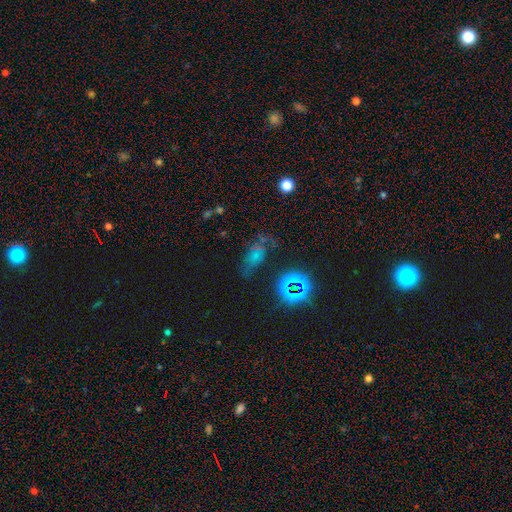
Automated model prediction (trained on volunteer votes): smooth-or-featured: smooth: 47% | star or artifact: 34% | featured or disk: 19%
  merging: none: 50% | minor disturbance: 25% | major disturbance: 18% | merger: 6%